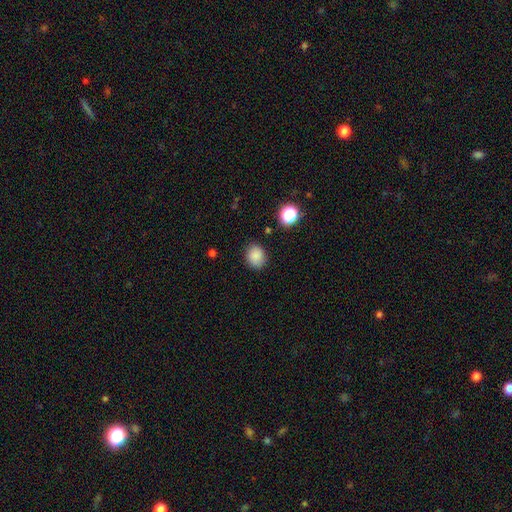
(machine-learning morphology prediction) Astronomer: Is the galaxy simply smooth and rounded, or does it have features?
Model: smooth — 85%.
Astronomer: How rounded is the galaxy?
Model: round — 63%.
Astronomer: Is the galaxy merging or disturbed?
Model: none — 85%.